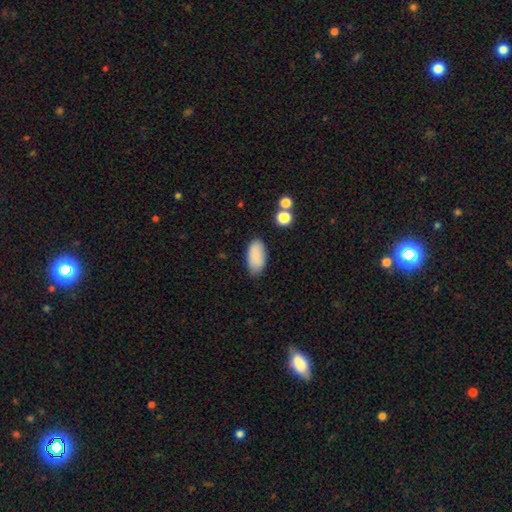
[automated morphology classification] A smooth galaxy with no disk features (87%) that is in between round and cigar-shaped (93%).

Vote fractions:
- Smooth or featured? smooth: 87% / star or artifact: 7% / featured or disk: 6%
- How rounded? in between: 93% / cigar-shaped: 4% / round: 2%
- Merging? none: 80% / minor disturbance: 15% / major disturbance: 3% / merger: 2%